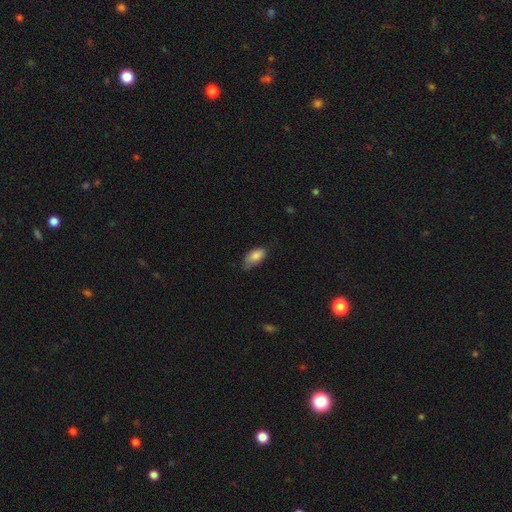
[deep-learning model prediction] Smooth or featured? Predicted: smooth (p=0.83). How rounded? Predicted: in between (p=0.92). Merging? Predicted: none (p=0.51).